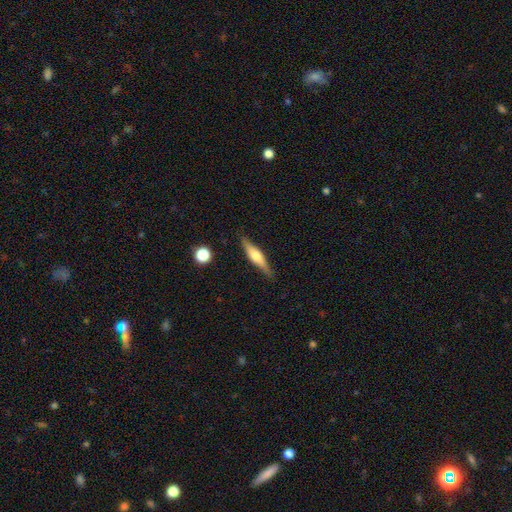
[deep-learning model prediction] A featured or disk galaxy (50%) viewed edge-on (93%). Merging: none (84%).